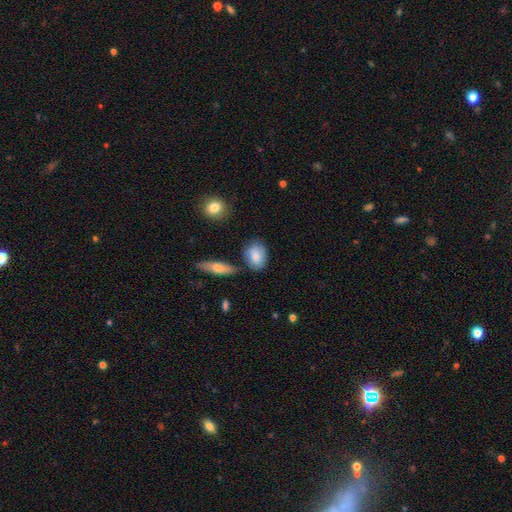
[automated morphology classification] A smooth galaxy with no disk features (83%) that is in between round and cigar-shaped (75%). Merging: none (67%).